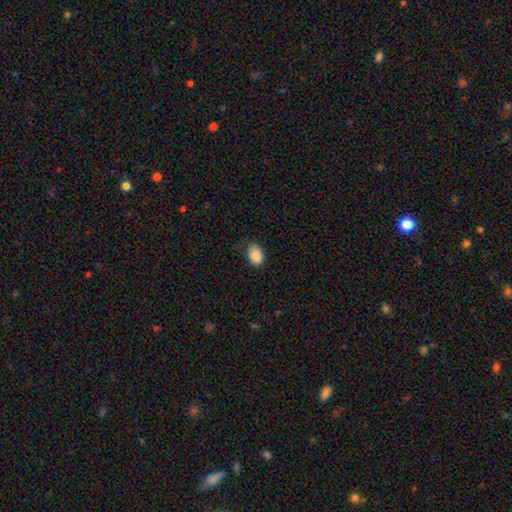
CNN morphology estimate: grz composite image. It shows a smooth galaxy with no disk features (88%) that is in between round and cigar-shaped (85%). Merging: none (70%).